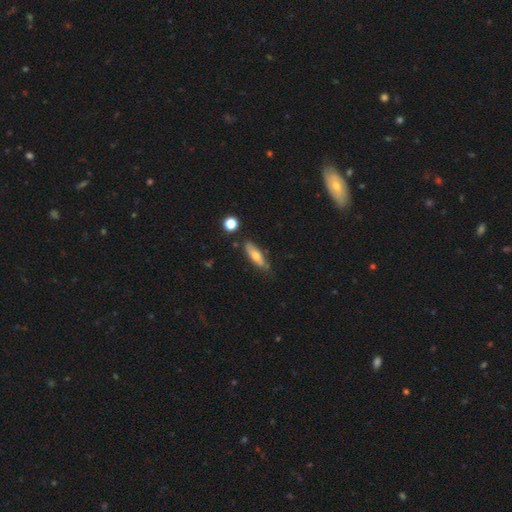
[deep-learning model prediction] A smooth galaxy with no disk features (56%) that is cigar-shaped (56%). Merging: none (72%).